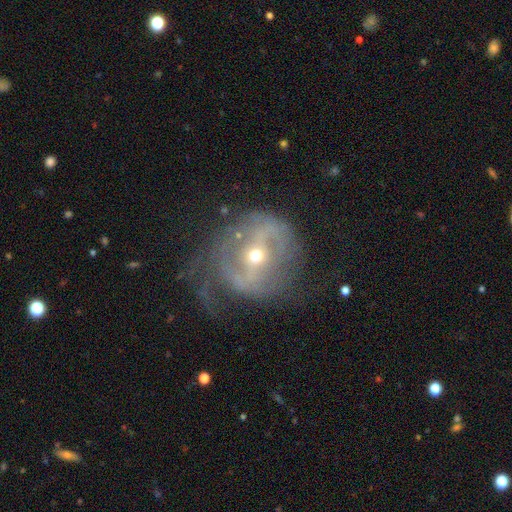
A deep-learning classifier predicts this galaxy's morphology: smooth-or-featured: featured or disk: 75% | smooth: 17% | star or artifact: 8%
  disk-edge-on: no: 95% | yes: 5%
    bar: strong: 35% | weak: 34% | no: 32%
    has-spiral-arms: yes: 60% | no: 40%
    bulge-size: small: 50% | moderate: 46% | large: 2% | dominant: 1% | none: 1%
  merging: none: 52% | major disturbance: 24% | minor disturbance: 21% | merger: 3%